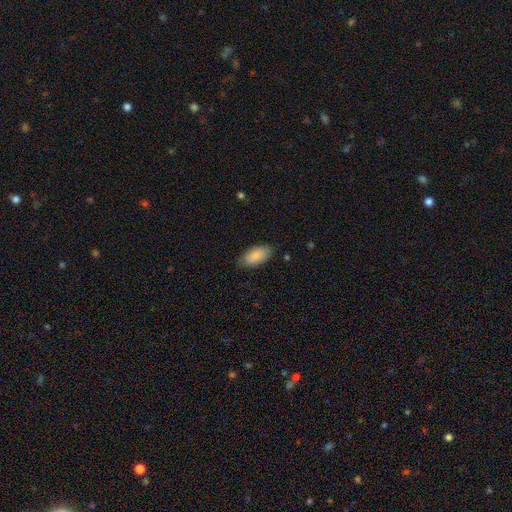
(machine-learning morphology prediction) smooth_or_featured: smooth (p=0.87) [alt: featured or disk p=0.07]
how_rounded: in between (p=0.94) [alt: cigar-shaped p=0.04]
merging: none (p=0.78) [alt: minor disturbance p=0.18]